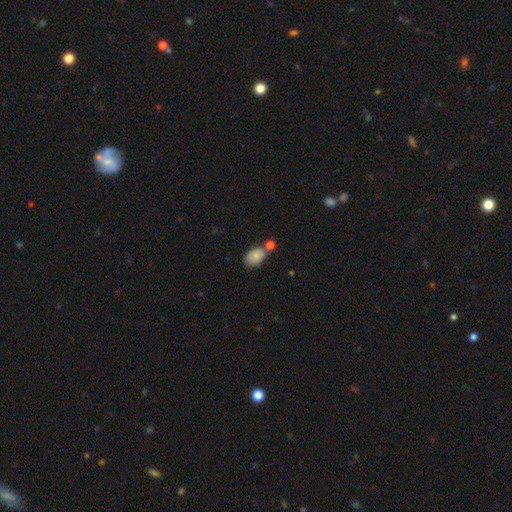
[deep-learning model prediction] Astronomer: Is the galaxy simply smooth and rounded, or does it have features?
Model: smooth — 82%.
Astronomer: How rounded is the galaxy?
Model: in between — 87%.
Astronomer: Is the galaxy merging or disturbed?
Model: none — 51%.